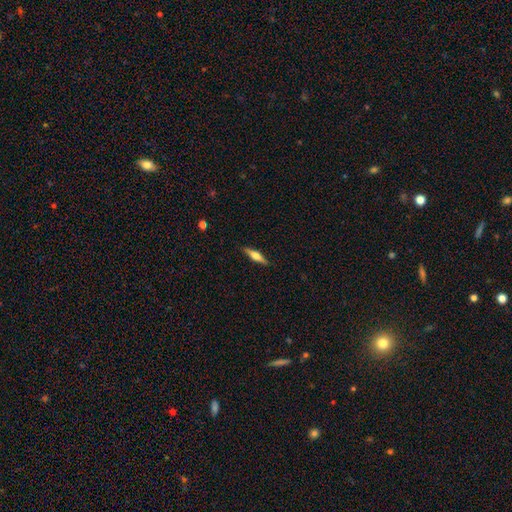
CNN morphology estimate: Smooth or featured?
  - featured or disk: 53% *
  - smooth: 41%
  - star or artifact: 6%
Edge-on disk?
  - yes: 96% *
  - no: 4%
Edge-on bulge?
  - rounded: 88% *
  - boxy: 9%
  - none: 4%
Merging?
  - none: 89% *
  - minor disturbance: 8%
  - major disturbance: 2%
  - merger: 1%